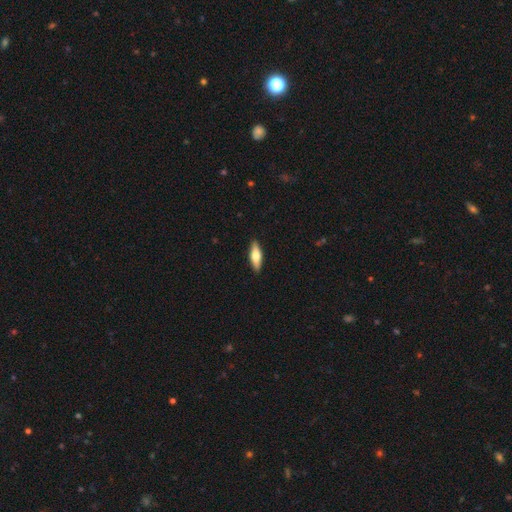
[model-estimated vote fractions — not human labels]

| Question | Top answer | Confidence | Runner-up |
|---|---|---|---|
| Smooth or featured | smooth | 59% | featured or disk (35%) |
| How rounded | in between | 52% | cigar-shaped (45%) |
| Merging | none | 89% | minor disturbance (8%) |